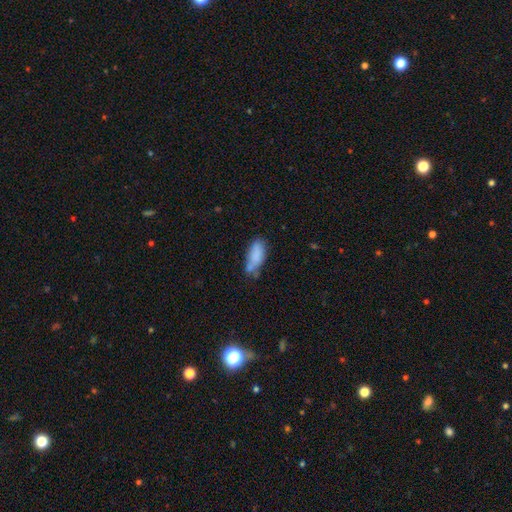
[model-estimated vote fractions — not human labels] The model was most divided on "merging": none: 45%, minor disturbance: 30%, merger: 14%, major disturbance: 10%. More confident: smooth or featured — smooth (80%); how rounded — in between (78%).